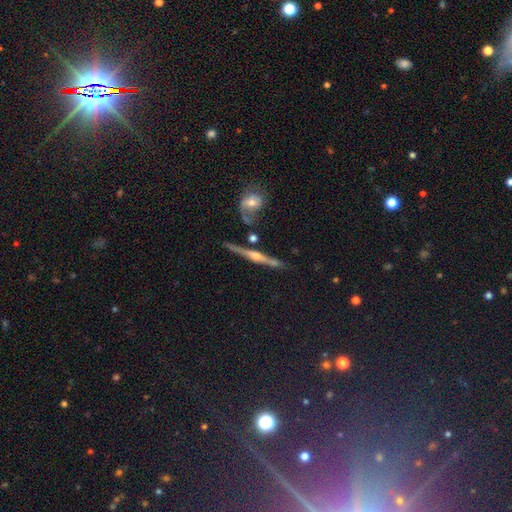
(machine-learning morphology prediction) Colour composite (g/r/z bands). It shows a featured or disk galaxy (79%) viewed edge-on (95%) with a rounded central bulge (76%). Merging: none (76%).